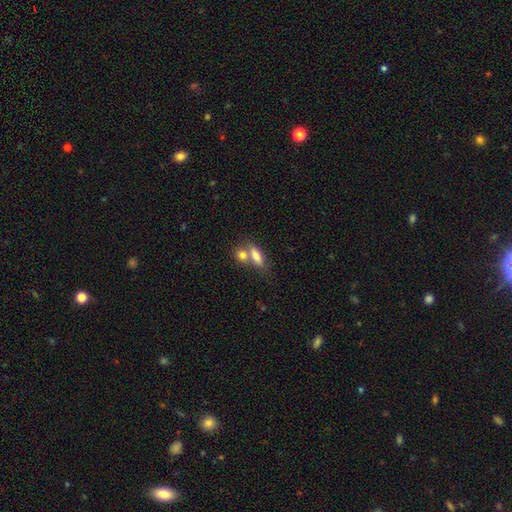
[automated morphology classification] The model was most divided on "merging": merger: 46%, none: 39%, minor disturbance: 10%, major disturbance: 5%. More confident: smooth or featured — smooth (80%); how rounded — in between (69%).